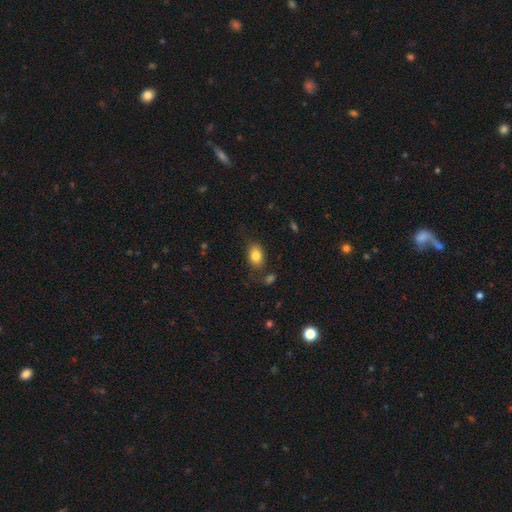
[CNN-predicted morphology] Smooth or featured: smooth — 82% (featured or disk — 9%)
How rounded: in between — 80% (round — 18%)
Merging: none — 73% (minor disturbance — 17%)